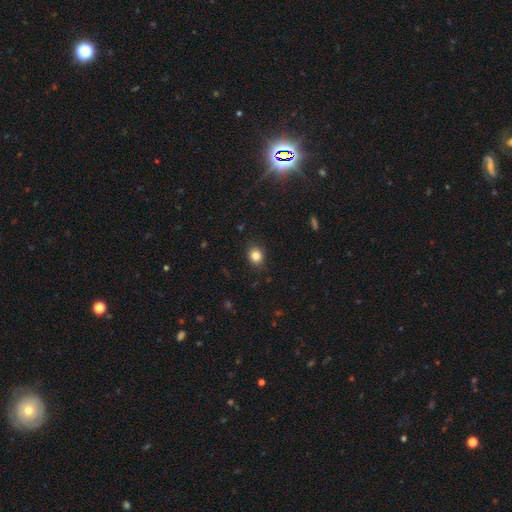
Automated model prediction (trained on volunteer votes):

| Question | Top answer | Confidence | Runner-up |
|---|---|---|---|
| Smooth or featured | smooth | 84% | star or artifact (11%) |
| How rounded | round | 66% | in between (33%) |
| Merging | none | 86% | minor disturbance (10%) |